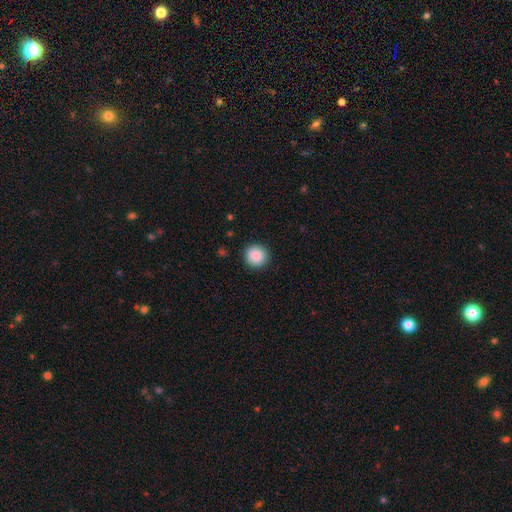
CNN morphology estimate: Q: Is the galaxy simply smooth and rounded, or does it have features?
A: smooth — 88%.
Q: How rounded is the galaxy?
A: round — 94%.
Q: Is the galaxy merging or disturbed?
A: none — 92%.